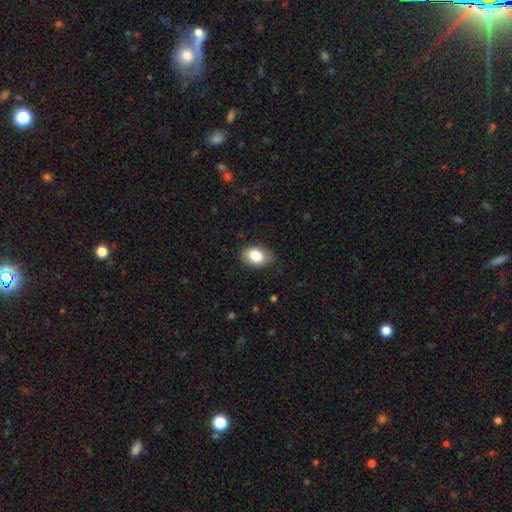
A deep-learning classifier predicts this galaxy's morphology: smooth_or_featured: smooth (p=0.82) [alt: featured or disk p=0.10]
how_rounded: in between (p=0.79) [alt: round p=0.20]
merging: none (p=0.81) [alt: minor disturbance p=0.15]